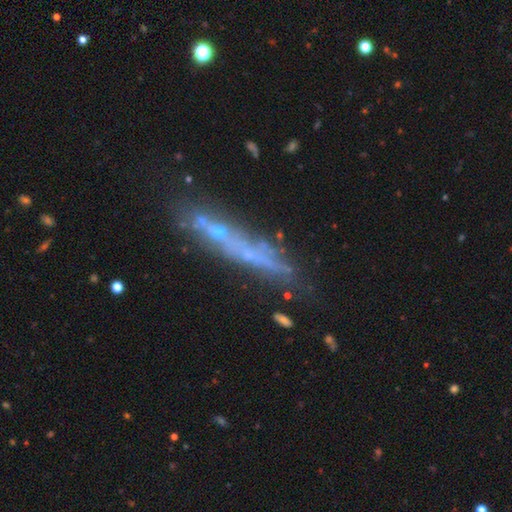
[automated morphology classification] A featured or disk galaxy (50%) viewed edge-on (58%). Merging: none (56%).